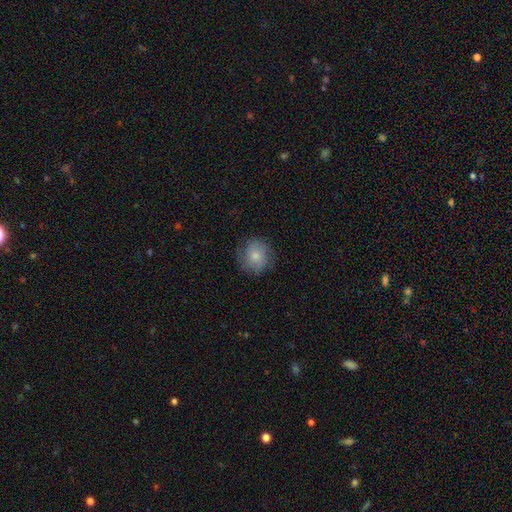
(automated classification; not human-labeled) smooth_or_featured: smooth (p=0.73) [alt: featured or disk p=0.19]
how_rounded: round (p=0.85) [alt: in between p=0.14]
merging: none (p=0.78) [alt: minor disturbance p=0.16]